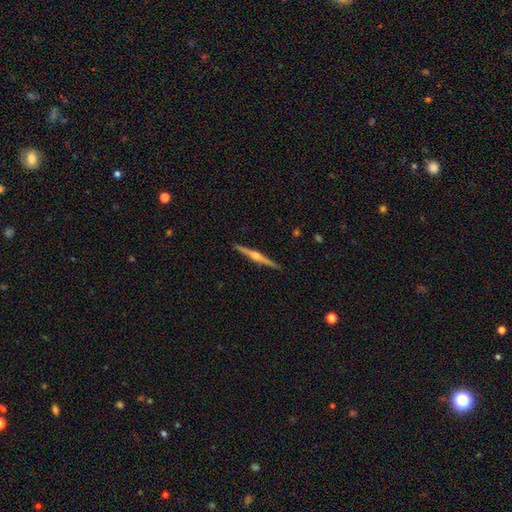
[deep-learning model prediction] Q: Smooth or featured?
A: featured or disk (84%); runner-up: smooth (11%)
Q: Edge-on disk?
A: yes (99%); runner-up: no (1%)
Q: Edge-on bulge?
A: rounded (90%); runner-up: boxy (5%)
Q: Merging?
A: none (93%); runner-up: minor disturbance (5%)